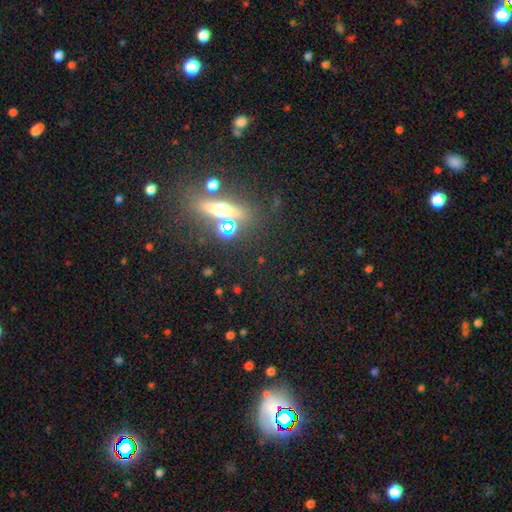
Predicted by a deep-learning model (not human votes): The model was most divided on "smooth or featured": star or artifact: 59%, smooth: 21%, featured or disk: 20%.